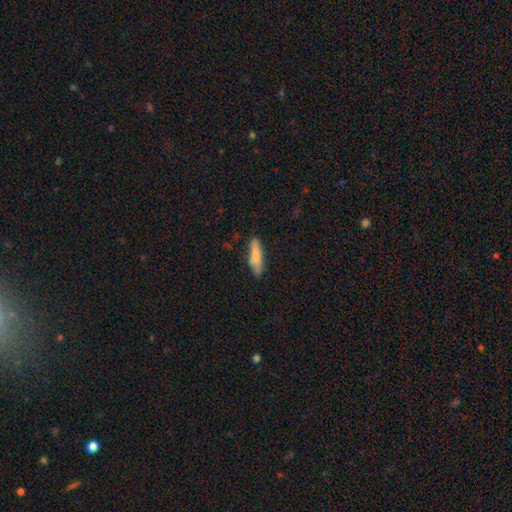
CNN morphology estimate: A smooth galaxy with no disk features (78%) that is cigar-shaped (71%).

Vote fractions:
- Smooth or featured? smooth: 78% / featured or disk: 16% / star or artifact: 6%
- How rounded? cigar-shaped: 71% / in between: 28% / round: 2%
- Merging? none: 78% / minor disturbance: 17% / major disturbance: 3% / merger: 3%